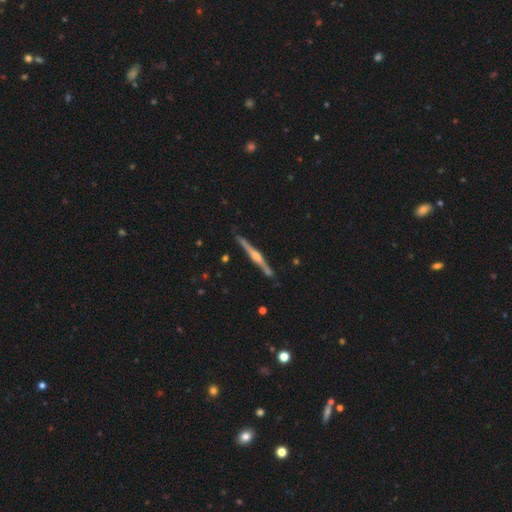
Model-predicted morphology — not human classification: This is clearly a featured or disk galaxy (82%). It is clearly viewed edge-on (98%). Edge-on bulge: clearly rounded (87%). Merging: clearly none (88%).